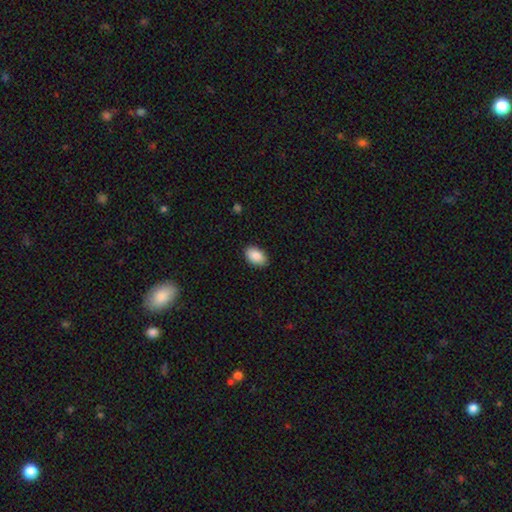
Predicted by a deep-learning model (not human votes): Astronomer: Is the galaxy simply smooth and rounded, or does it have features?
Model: smooth — 90%.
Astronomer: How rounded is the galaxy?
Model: in between — 92%.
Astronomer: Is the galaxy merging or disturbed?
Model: none — 88%.